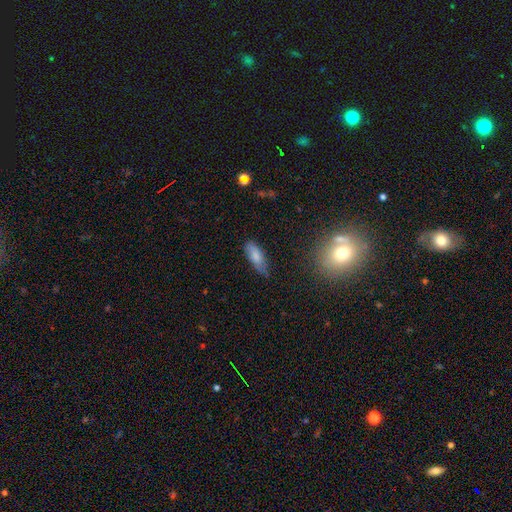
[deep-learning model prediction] This is likely a smooth galaxy (78%). How rounded: likely in between (74%). Merging: likely none (61%).